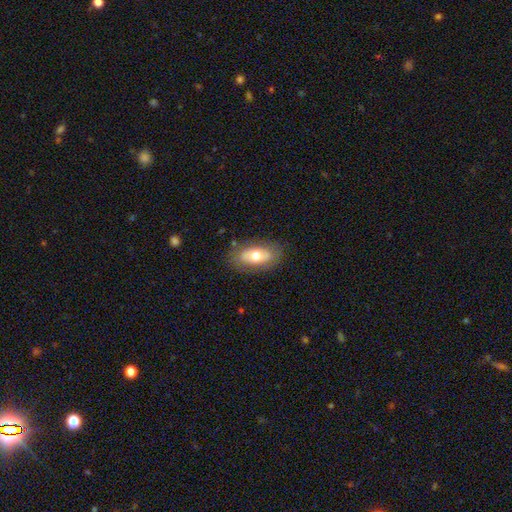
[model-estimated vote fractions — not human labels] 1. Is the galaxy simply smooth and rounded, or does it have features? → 59% smooth, 34% featured or disk, 7% star or artifact.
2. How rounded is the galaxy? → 90% in between, 6% round, 5% cigar-shaped.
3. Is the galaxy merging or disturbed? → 80% none, 14% minor disturbance, 5% major disturbance, 1% merger.